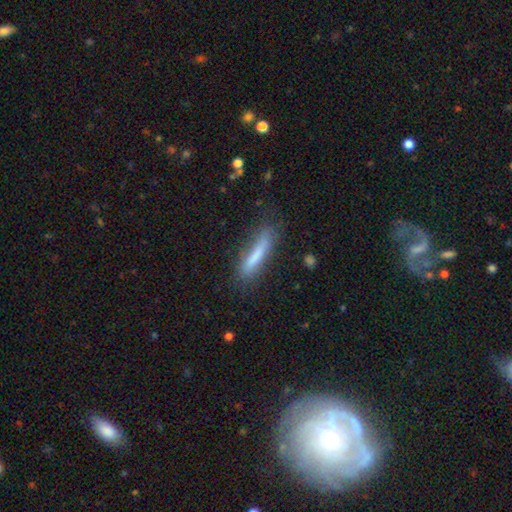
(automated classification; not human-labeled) A smooth galaxy with no disk features (72%) that is cigar-shaped (87%). Merging: none (70%).